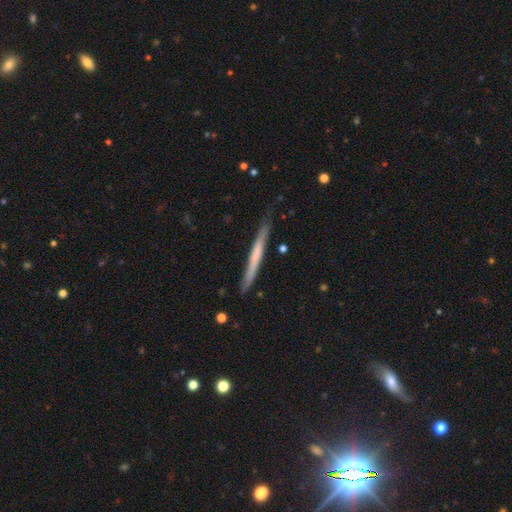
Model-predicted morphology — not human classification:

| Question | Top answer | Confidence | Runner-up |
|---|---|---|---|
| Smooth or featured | smooth | 50% | featured or disk (44%) |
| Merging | none | 81% | minor disturbance (15%) |